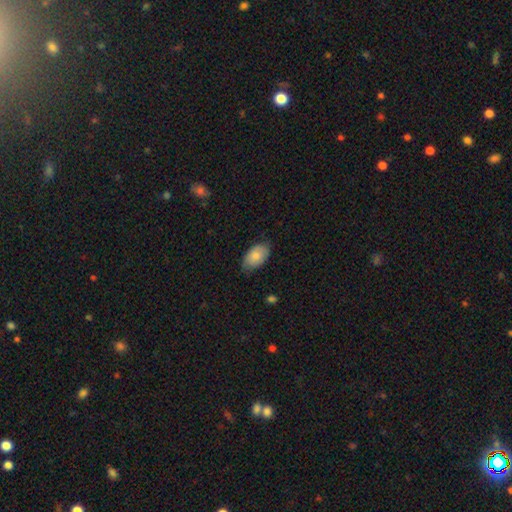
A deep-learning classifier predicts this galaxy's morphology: This appears to be a smooth galaxy with no disk features (76%) that is in between round and cigar-shaped (93%). Merging: none (71%).